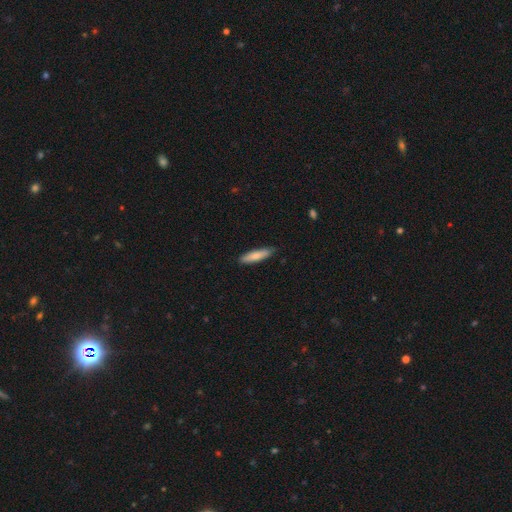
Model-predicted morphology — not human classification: This is likely a smooth galaxy (80%). How rounded: likely cigar-shaped (75%). Merging: clearly none (86%).